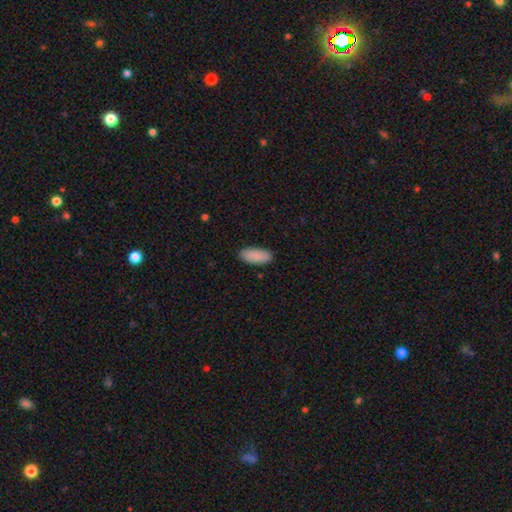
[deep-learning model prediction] Q: Smooth or featured?
A: smooth (90%); runner-up: star or artifact (6%)
Q: How rounded?
A: in between (87%); runner-up: cigar-shaped (12%)
Q: Merging?
A: none (88%); runner-up: minor disturbance (9%)